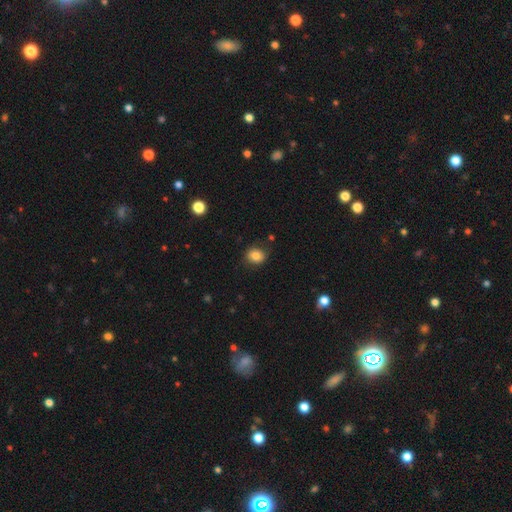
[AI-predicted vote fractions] Overall: smooth (82%). How rounded: round (64%; in between 35%). Merging: none (83%).